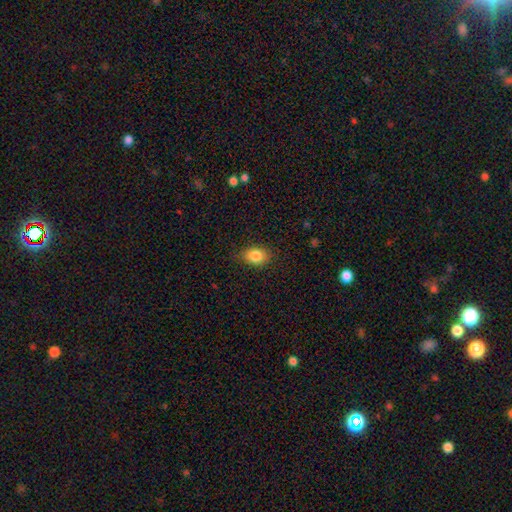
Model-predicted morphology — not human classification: Q: Smooth or featured?
A: smooth (85%); runner-up: star or artifact (9%)
Q: How rounded?
A: in between (69%); runner-up: round (29%)
Q: Merging?
A: none (81%); runner-up: minor disturbance (15%)